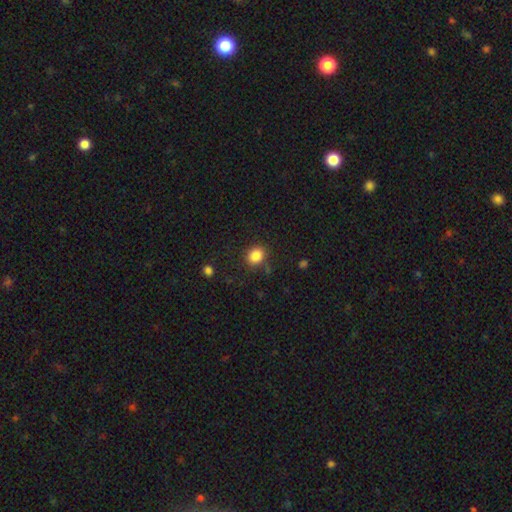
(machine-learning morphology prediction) Smooth or featured? smooth (86%)
How rounded? round (69%)
Merging? none (81%)